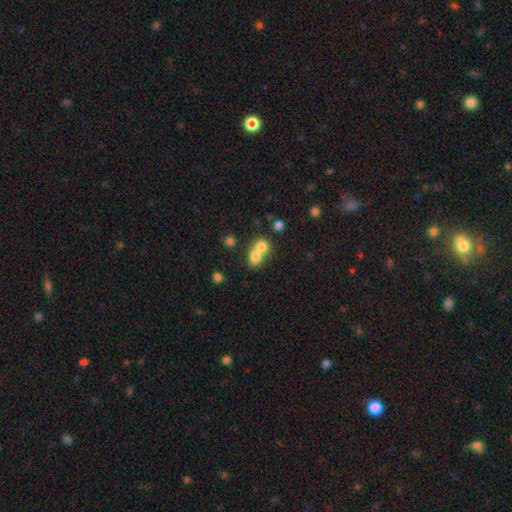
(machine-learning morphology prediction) smooth-or-featured: smooth: 74% | featured or disk: 15% | star or artifact: 11%
  how-rounded: round: 68% | in between: 30% | cigar-shaped: 1%
  merging: merger: 67% | none: 26% | minor disturbance: 5% | major disturbance: 2%